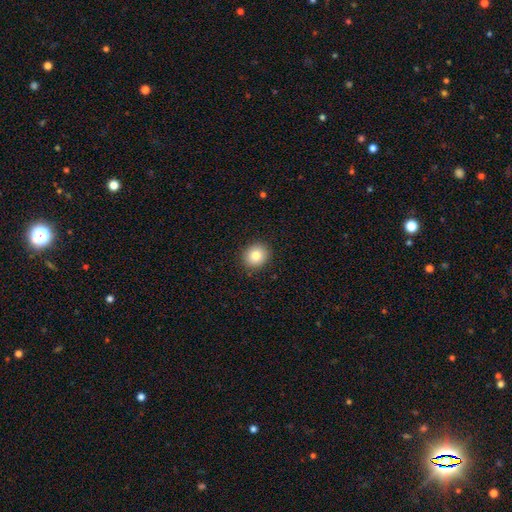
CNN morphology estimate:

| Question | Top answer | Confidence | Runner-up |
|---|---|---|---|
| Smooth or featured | smooth | 82% | star or artifact (10%) |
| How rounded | round | 76% | in between (23%) |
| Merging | none | 90% | minor disturbance (7%) |